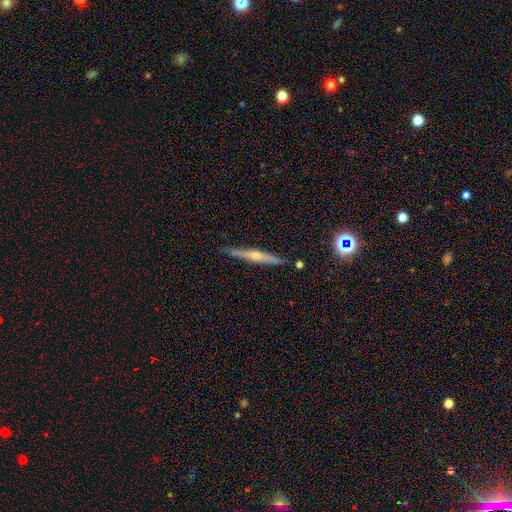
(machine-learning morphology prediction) A featured or disk galaxy (72%) viewed edge-on (97%) with a rounded central bulge (87%).

Vote fractions:
- Smooth or featured? featured or disk: 72% / smooth: 20% / star or artifact: 8%
- Edge-on disk? yes: 97% / no: 3%
- Edge-on bulge? rounded: 87% / none: 9% / boxy: 4%
- Merging? none: 87% / minor disturbance: 10% / merger: 2% / major disturbance: 2%